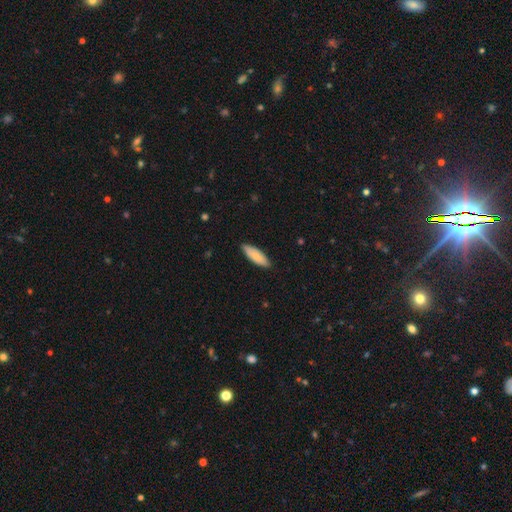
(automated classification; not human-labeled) This appears to be a smooth galaxy with no disk features (81%) that is in between round and cigar-shaped (68%). Merging: none (84%).